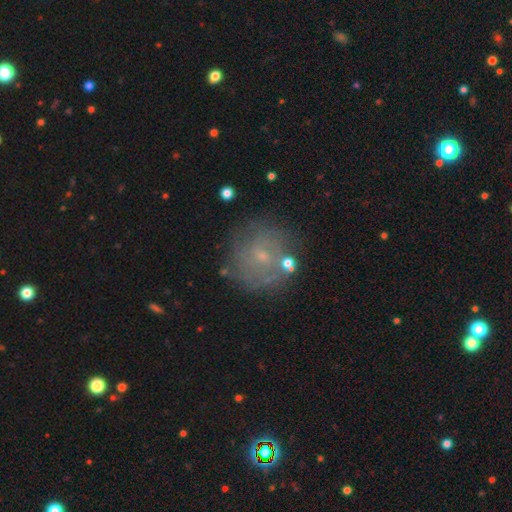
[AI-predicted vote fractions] A smooth galaxy with no disk features (42%).

Vote fractions:
- Smooth or featured? smooth: 42% / featured or disk: 36% / star or artifact: 22%
- Merging? none: 77% / minor disturbance: 13% / major disturbance: 6% / merger: 5%